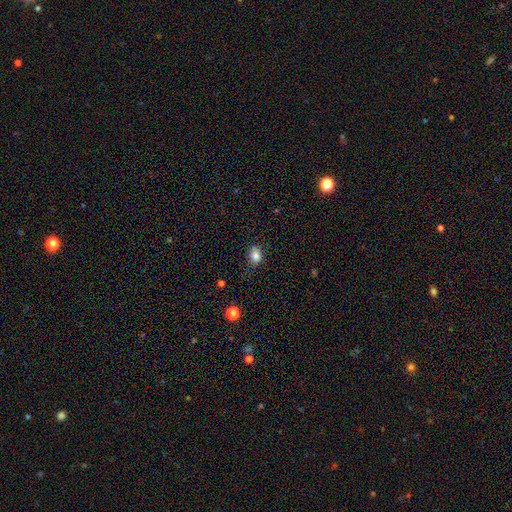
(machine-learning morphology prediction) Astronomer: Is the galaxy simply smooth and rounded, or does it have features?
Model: smooth — 83%.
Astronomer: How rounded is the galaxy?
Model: in between — 69%.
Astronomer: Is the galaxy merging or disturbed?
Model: none — 73%.